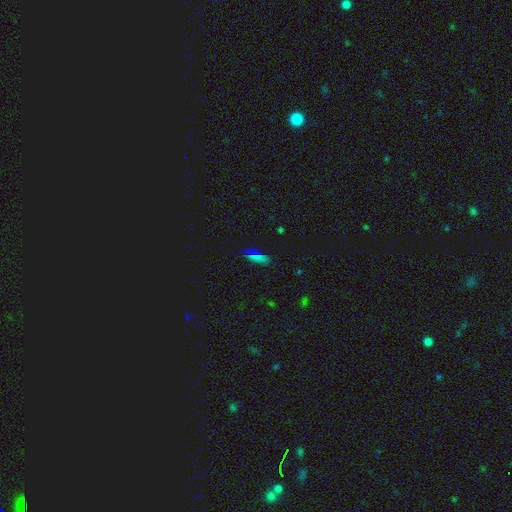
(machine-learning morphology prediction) smooth 71%, star or artifact 20%, featured or disk 9%. Down the decision tree: how rounded — cigar-shaped (48%, tied with in between); merging — none (85%).